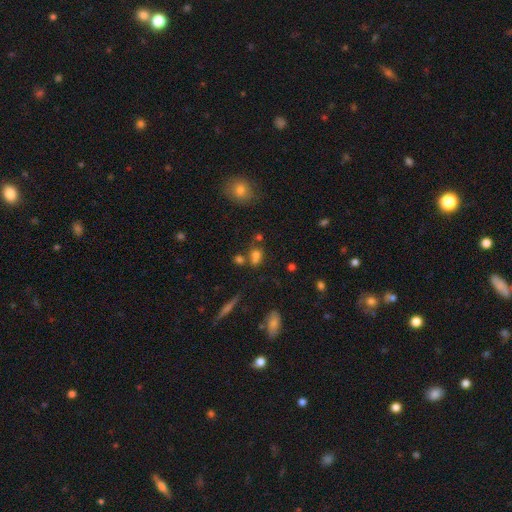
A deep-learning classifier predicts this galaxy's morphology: type=smooth (68%); roundness=in between (59%); merging=none (45%).